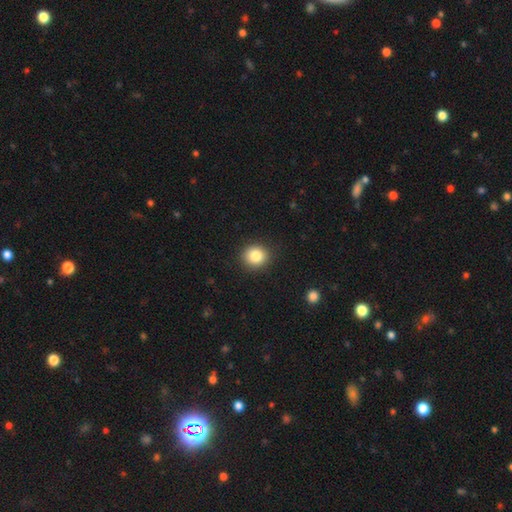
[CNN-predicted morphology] smooth-or-featured: smooth: 84% | star or artifact: 10% | featured or disk: 6%
  how-rounded: round: 84% | in between: 15% | cigar-shaped: 1%
  merging: none: 91% | minor disturbance: 6% | major disturbance: 2% | merger: 1%